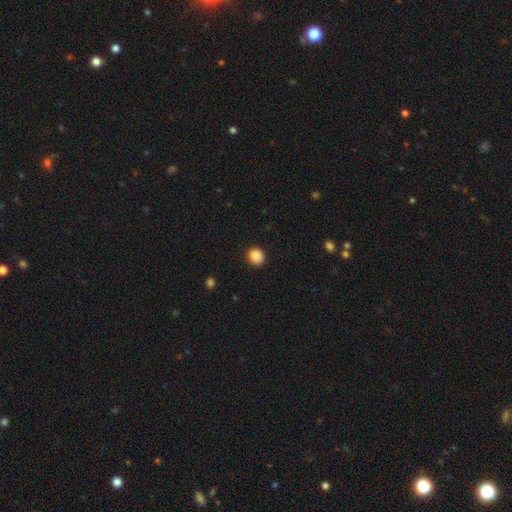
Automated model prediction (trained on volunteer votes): Q: Smooth or featured?
A: smooth (87%); runner-up: star or artifact (9%)
Q: How rounded?
A: round (77%); runner-up: in between (22%)
Q: Merging?
A: none (86%); runner-up: minor disturbance (10%)